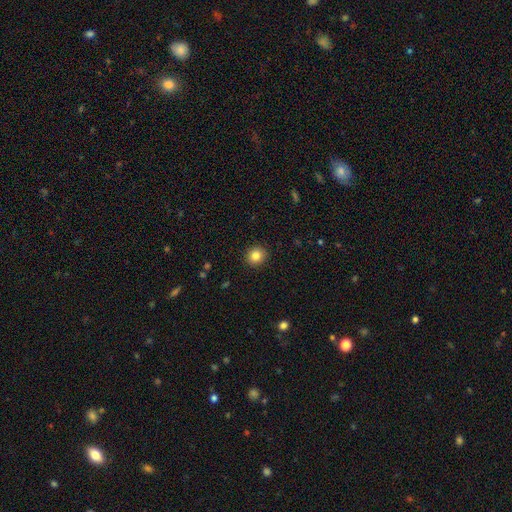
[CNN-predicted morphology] smooth-or-featured: smooth: 83% | star or artifact: 10% | featured or disk: 6%
  how-rounded: round: 89% | in between: 10% | cigar-shaped: 1%
  merging: none: 92% | minor disturbance: 6% | major disturbance: 2% | merger: 1%